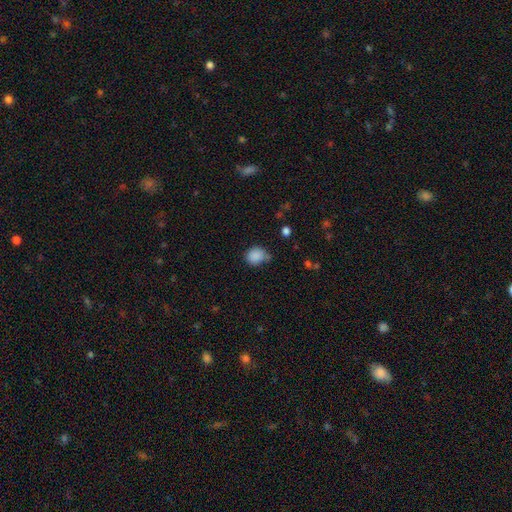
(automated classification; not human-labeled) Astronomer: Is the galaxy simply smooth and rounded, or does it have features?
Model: smooth — 86%.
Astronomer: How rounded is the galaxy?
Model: round — 68%.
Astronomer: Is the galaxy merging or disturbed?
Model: none — 56%.